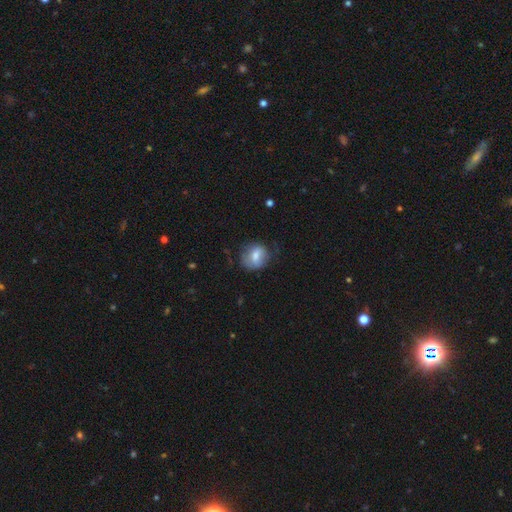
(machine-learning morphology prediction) Smooth or featured? smooth (69%)
How rounded? round (59%)
Merging? none (59%)